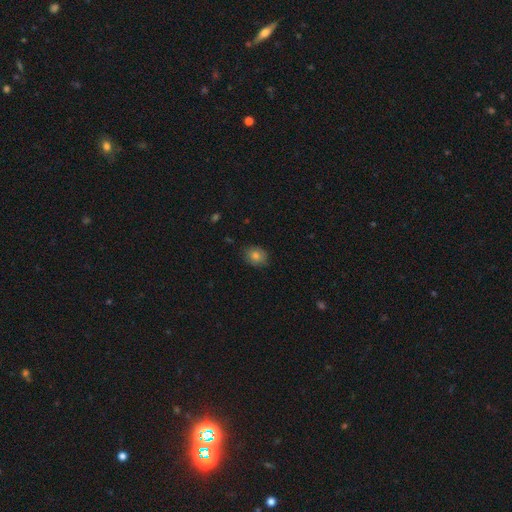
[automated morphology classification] A smooth galaxy with no disk features (81%) that is round (54%).

Vote fractions:
- Smooth or featured? smooth: 81% / star or artifact: 10% / featured or disk: 8%
- How rounded? round: 54% / in between: 45% / cigar-shaped: 1%
- Merging? none: 84% / minor disturbance: 13% / major disturbance: 2% / merger: 1%